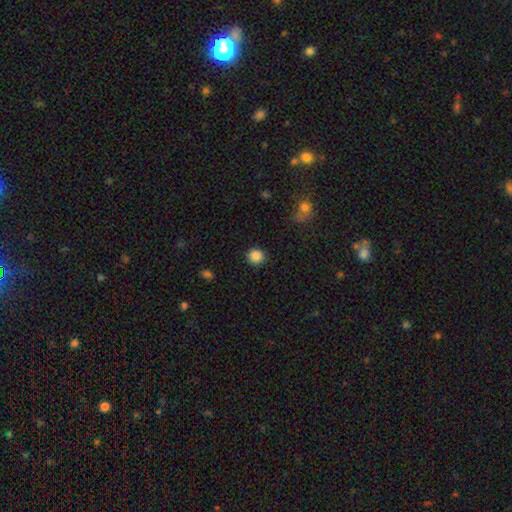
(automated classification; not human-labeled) Smooth or featured? smooth (86%)
How rounded? round (91%)
Merging? none (91%)